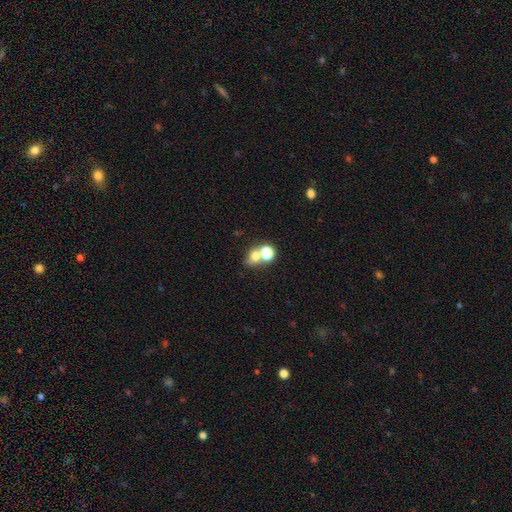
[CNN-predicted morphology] Q: Smooth or featured?
A: smooth (68%); runner-up: star or artifact (18%)
Q: How rounded?
A: round (64%); runner-up: in between (35%)
Q: Merging?
A: merger (49%); runner-up: none (38%)